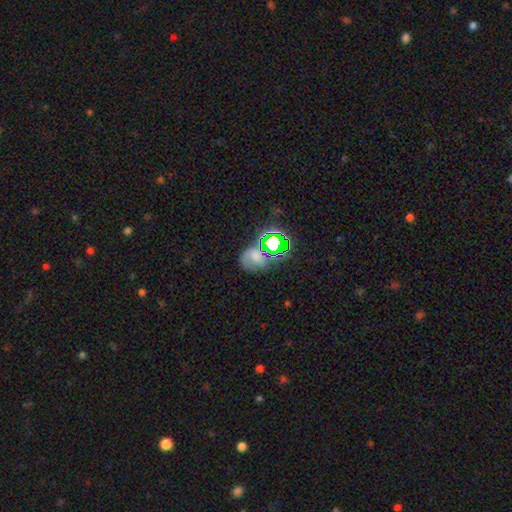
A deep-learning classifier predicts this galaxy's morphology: This is marginally a star or artifact rather than a galaxy (38%).